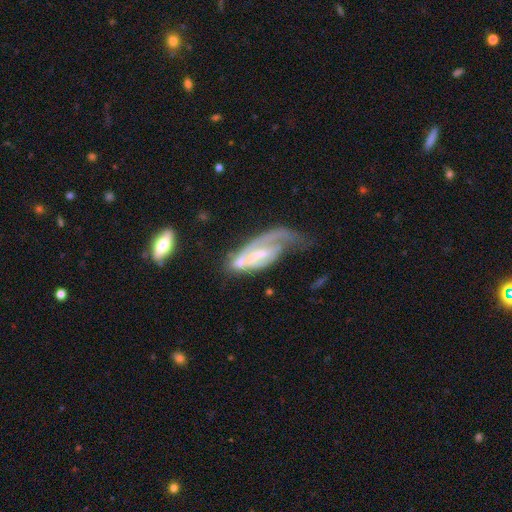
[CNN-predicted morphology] smooth_or_featured: featured or disk (p=0.76) [alt: smooth p=0.17]
disk_edge_on: no (p=0.90) [alt: yes p=0.10]
bar: weak (p=0.38) [alt: strong p=0.31]
has_spiral_arms: yes (p=0.81) [alt: no p=0.19]
spiral_winding: tight (p=0.40) [alt: medium p=0.37]
spiral_arm_count: 1 (p=0.58) [alt: 2 p=0.22]
bulge_size: small (p=0.34) [alt: none p=0.32]
merging: major disturbance (p=0.44) [alt: none p=0.25]